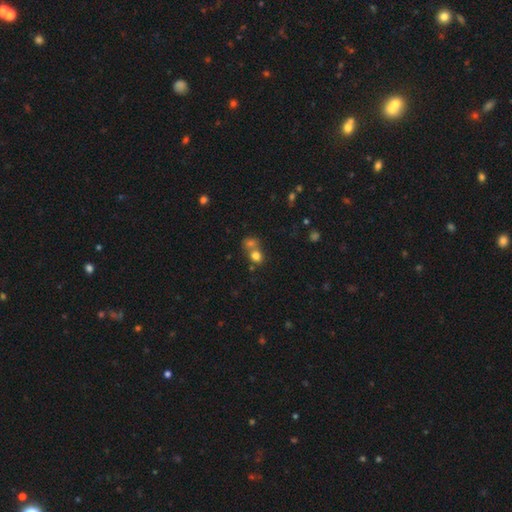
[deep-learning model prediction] Smooth or featured?
  - smooth: 75% *
  - star or artifact: 15%
  - featured or disk: 10%
How rounded?
  - round: 77% *
  - in between: 22%
  - cigar-shaped: 1%
Merging?
  - merger: 50% *
  - none: 41%
  - minor disturbance: 6%
  - major disturbance: 3%